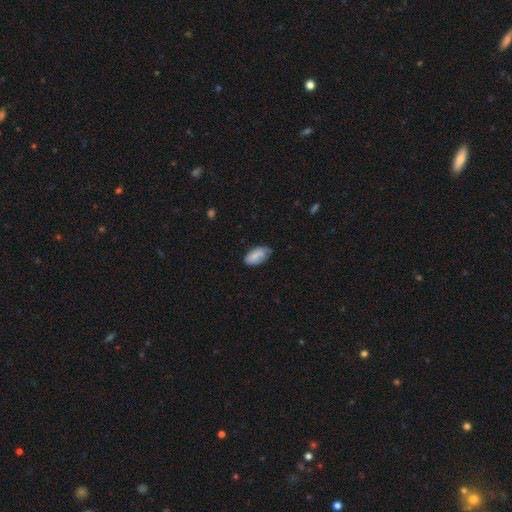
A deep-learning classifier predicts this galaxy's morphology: Q: Smooth or featured?
A: smooth (77%); runner-up: featured or disk (17%)
Q: How rounded?
A: in between (94%); runner-up: round (3%)
Q: Merging?
A: none (59%); runner-up: minor disturbance (33%)